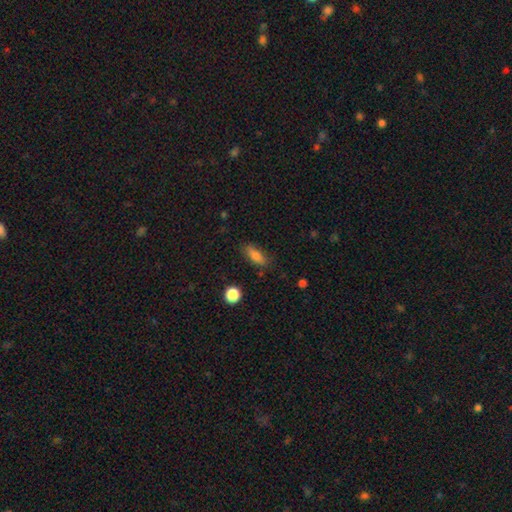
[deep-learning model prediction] A smooth galaxy with no disk features (80%) that is in between round and cigar-shaped (69%). Merging: none (78%).